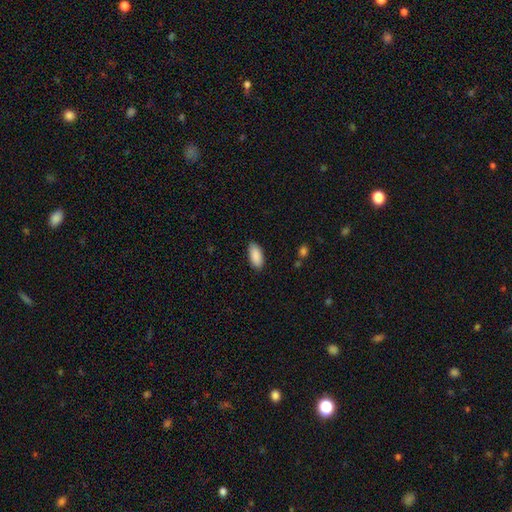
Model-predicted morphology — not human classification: Smooth or featured? Predicted: smooth (p=0.90). How rounded? Predicted: in between (p=0.89). Merging? Predicted: none (p=0.87).